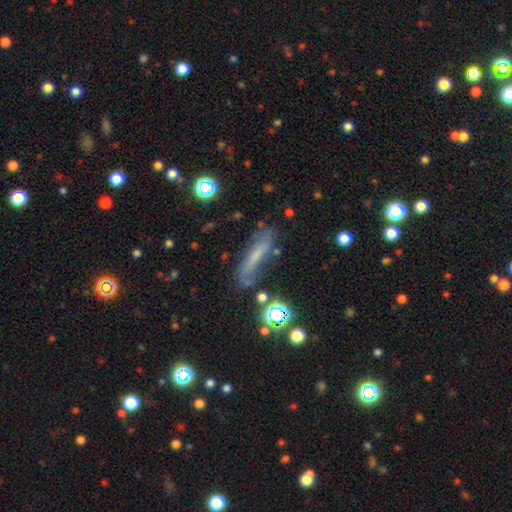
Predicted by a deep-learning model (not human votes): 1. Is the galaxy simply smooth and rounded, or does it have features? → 50% smooth, 33% featured or disk, 17% star or artifact.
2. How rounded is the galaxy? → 78% cigar-shaped, 18% in between, 4% round.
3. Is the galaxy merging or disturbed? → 64% none, 21% minor disturbance, 9% major disturbance, 5% merger.